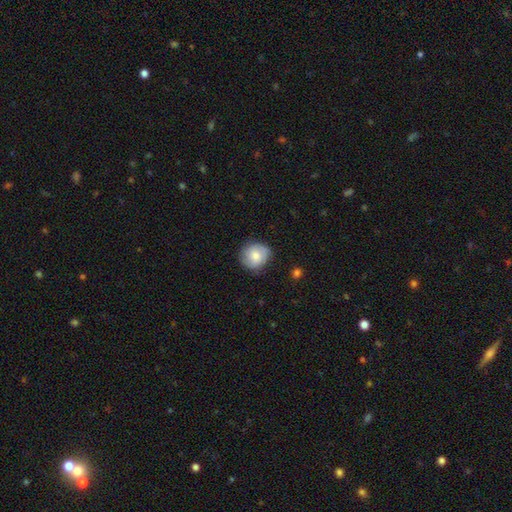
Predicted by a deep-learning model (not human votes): Smooth or featured? smooth (68%)
How rounded? round (85%)
Merging? none (78%)